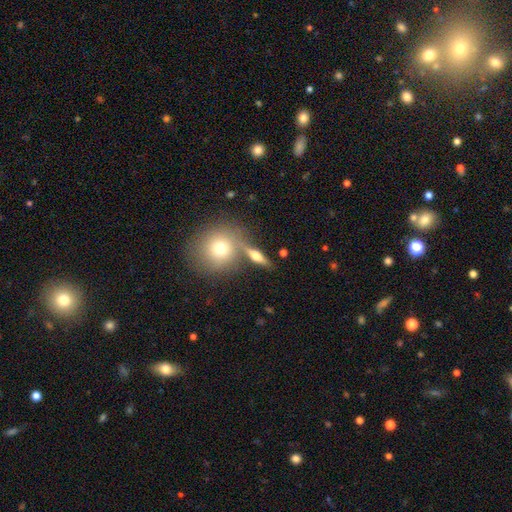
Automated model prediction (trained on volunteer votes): A smooth galaxy with no disk features (47%).

Vote fractions:
- Smooth or featured? smooth: 47% / featured or disk: 43% / star or artifact: 10%
- Merging? none: 69% / merger: 17% / minor disturbance: 10% / major disturbance: 4%